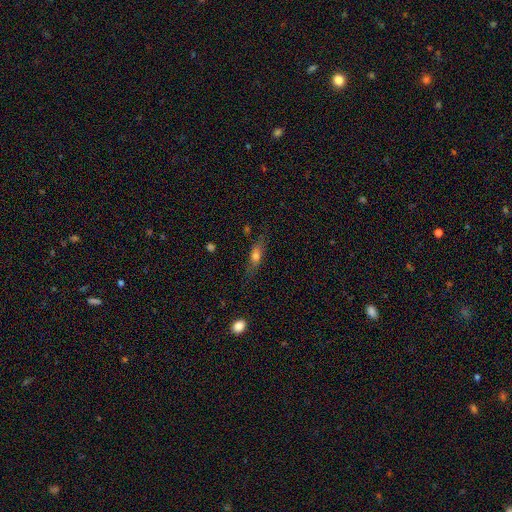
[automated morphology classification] smooth 56%, featured or disk 35%, star or artifact 10%. Down the decision tree: how rounded — cigar-shaped (48%); merging — none (72%).